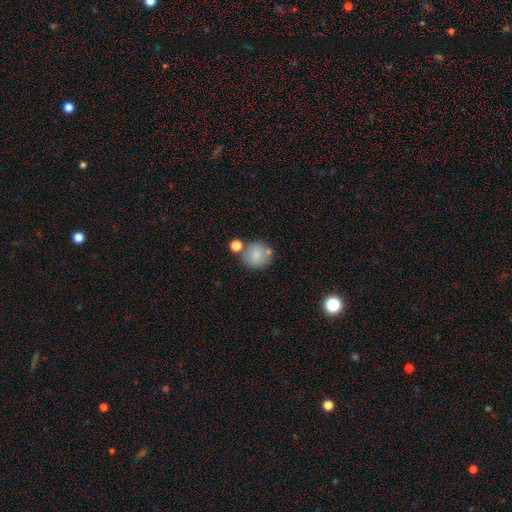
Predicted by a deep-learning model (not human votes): Smooth or featured? Predicted: smooth (p=0.80). How rounded? Predicted: round (p=0.89). Merging? Predicted: none (p=0.65).